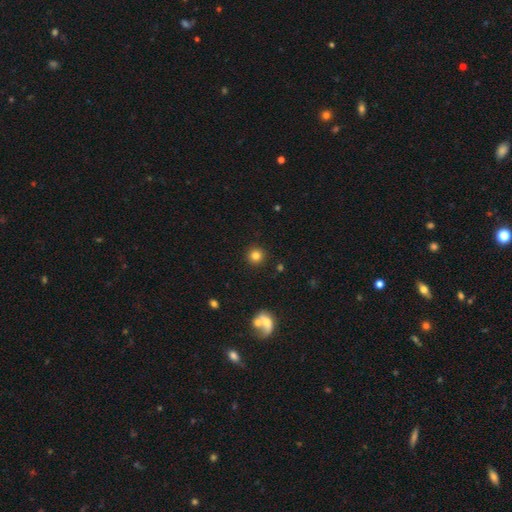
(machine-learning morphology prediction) type=smooth (82%); roundness=round (94%); merging=none (91%).